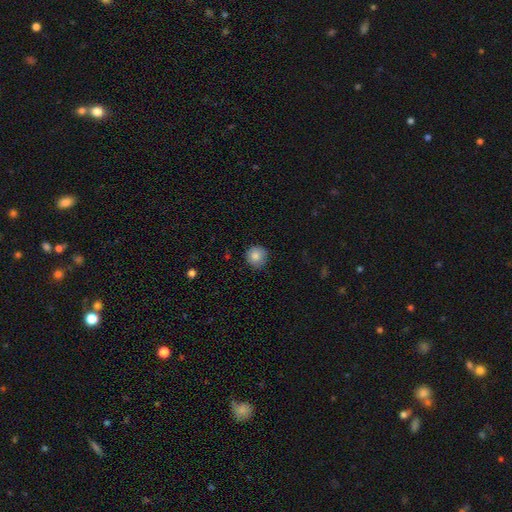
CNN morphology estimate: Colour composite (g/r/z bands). It shows a smooth galaxy with no disk features (85%) that is round (93%). Merging: none (85%).